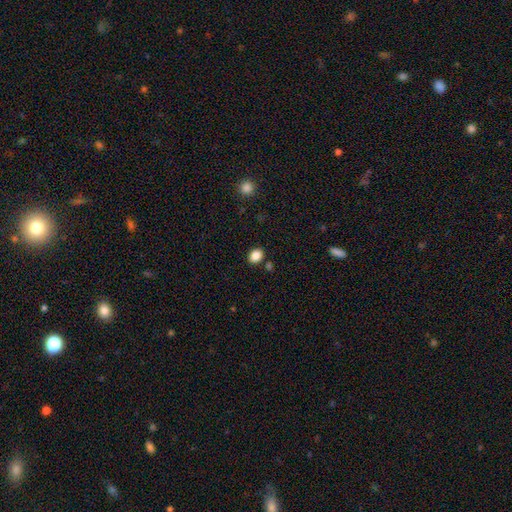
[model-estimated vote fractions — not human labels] smooth 87%, star or artifact 9%, featured or disk 3%. Down the decision tree: how rounded — in between (53%); merging — none (85%).